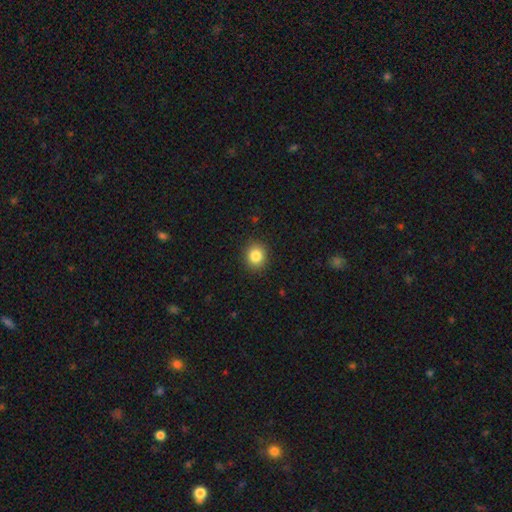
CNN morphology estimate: Smooth or featured?
  - smooth: 85% *
  - star or artifact: 10%
  - featured or disk: 5%
How rounded?
  - round: 82% *
  - in between: 17%
  - cigar-shaped: 1%
Merging?
  - none: 90% *
  - minor disturbance: 7%
  - major disturbance: 2%
  - merger: 1%